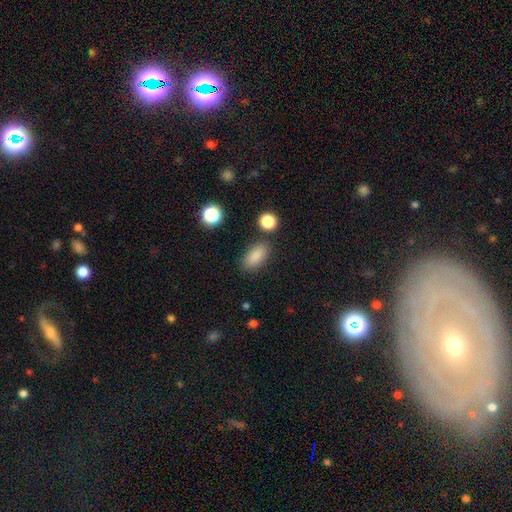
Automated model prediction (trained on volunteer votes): Q: Smooth or featured?
A: smooth (86%); runner-up: star or artifact (9%)
Q: How rounded?
A: in between (89%); runner-up: round (6%)
Q: Merging?
A: none (82%); runner-up: minor disturbance (11%)